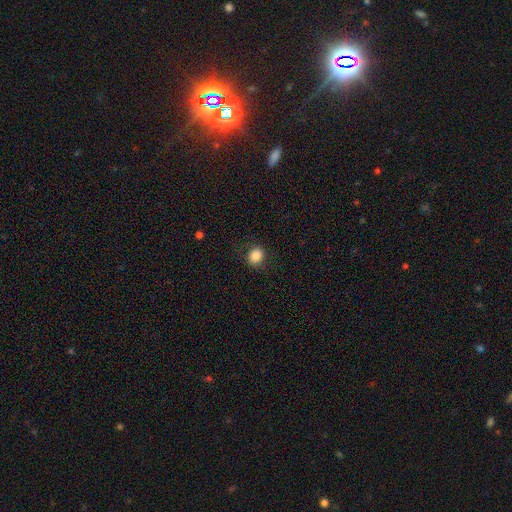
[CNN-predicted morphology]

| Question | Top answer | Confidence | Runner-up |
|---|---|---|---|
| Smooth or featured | smooth | 85% | star or artifact (10%) |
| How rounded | round | 71% | in between (28%) |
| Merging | none | 86% | minor disturbance (10%) |